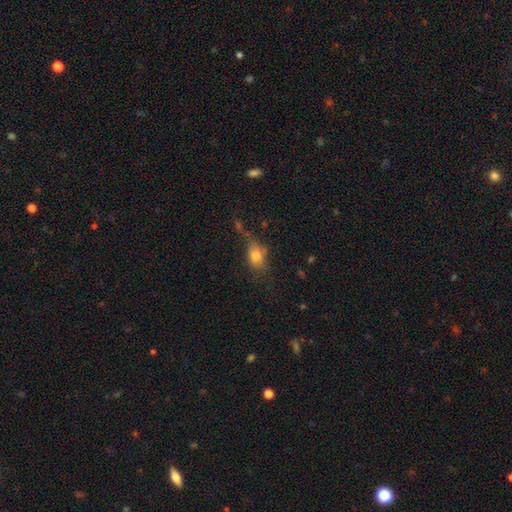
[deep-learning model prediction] smooth_or_featured: smooth (p=0.77) [alt: star or artifact p=0.12]
how_rounded: in between (p=0.76) [alt: round p=0.19]
merging: none (p=0.50) [alt: minor disturbance p=0.25]